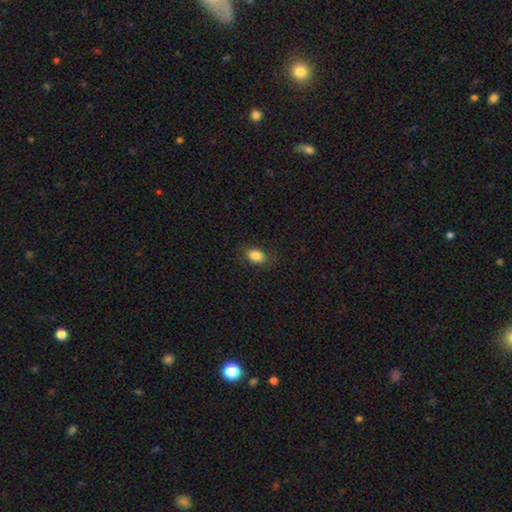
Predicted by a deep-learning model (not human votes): Morphology: type=smooth (85%); roundness=in between (81%); merging=none (83%).